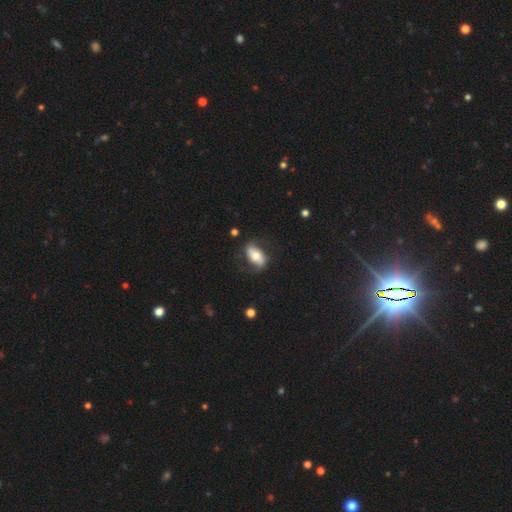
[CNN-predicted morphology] Smooth or featured? smooth (54%)
How rounded? in between (89%)
Merging? none (70%)